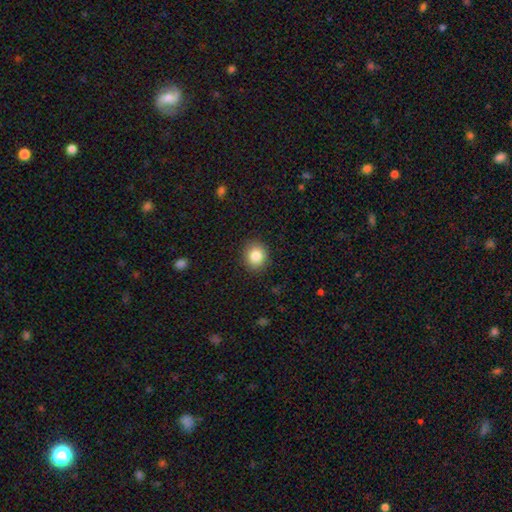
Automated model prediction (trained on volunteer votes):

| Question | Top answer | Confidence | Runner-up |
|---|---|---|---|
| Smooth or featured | smooth | 85% | star or artifact (9%) |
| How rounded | round | 76% | in between (23%) |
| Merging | none | 89% | minor disturbance (7%) |